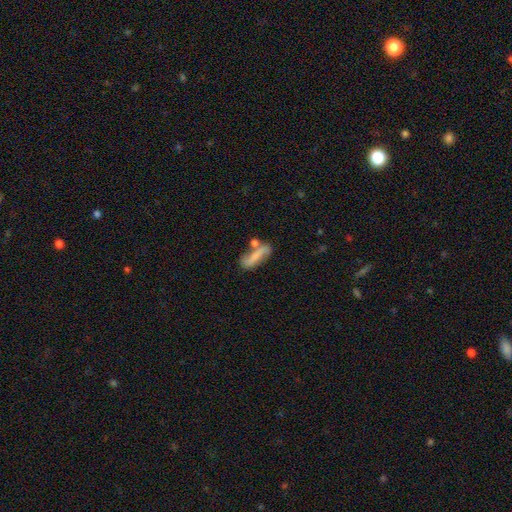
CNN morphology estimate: Smooth or featured? smooth (55%)
How rounded? cigar-shaped (55%)
Merging? none (48%)